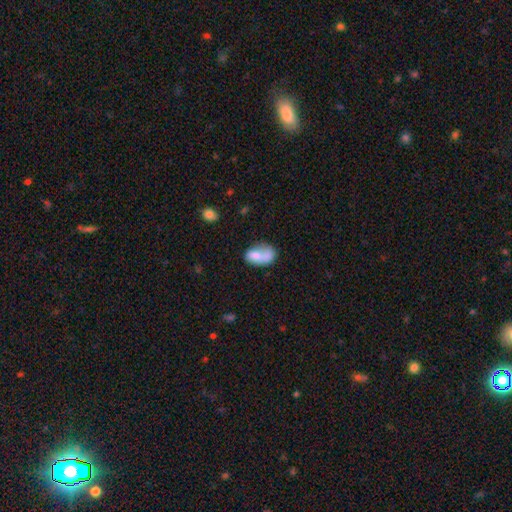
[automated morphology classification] Overall: smooth (69%). How rounded: in between (86%). Merging: none (34%; merger 24%).